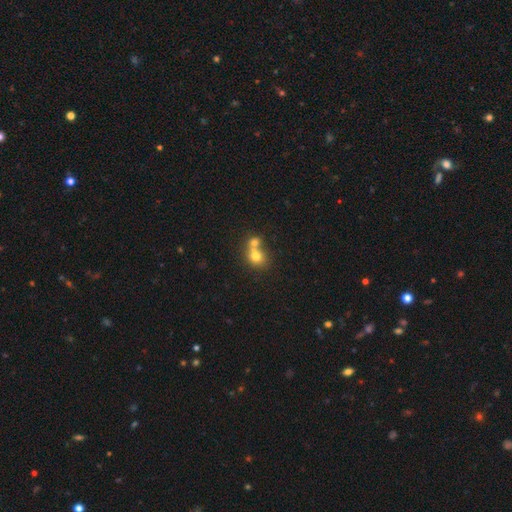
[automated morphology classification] Smooth or featured? smooth (71%)
How rounded? round (74%)
Merging? merger (61%)